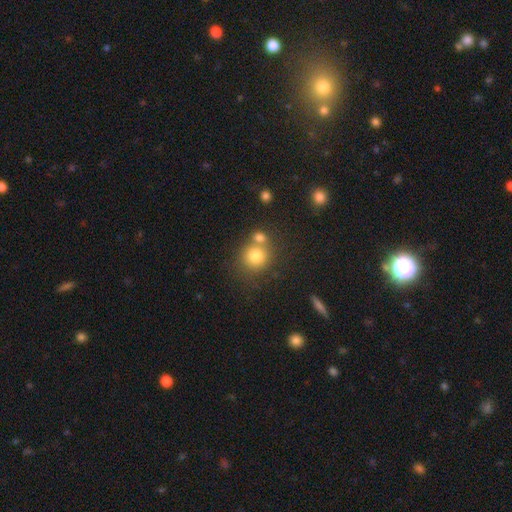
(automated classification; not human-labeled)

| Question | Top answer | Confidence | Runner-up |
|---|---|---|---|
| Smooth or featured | smooth | 79% | star or artifact (12%) |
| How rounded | round | 86% | in between (13%) |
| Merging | none | 55% | merger (32%) |